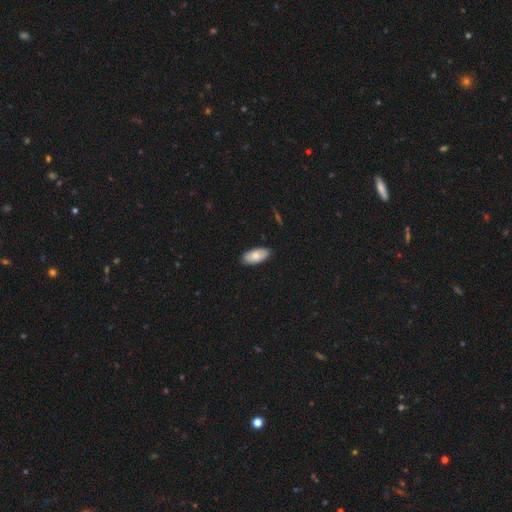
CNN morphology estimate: smooth_or_featured: smooth (p=0.79) [alt: featured or disk p=0.15]
how_rounded: in between (p=0.93) [alt: cigar-shaped p=0.05]
merging: none (p=0.88) [alt: minor disturbance p=0.09]